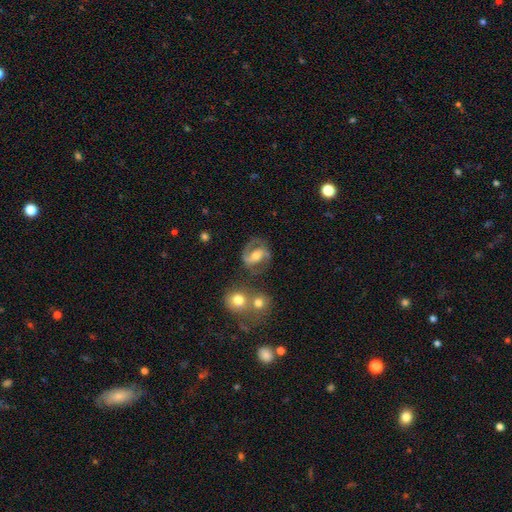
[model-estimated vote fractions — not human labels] A featured or disk galaxy (80%) with a weak bar (38%), 2 (88%) medium (54%) spiral arms (91%) and a moderate central bulge (67%). Merging: none (69%).